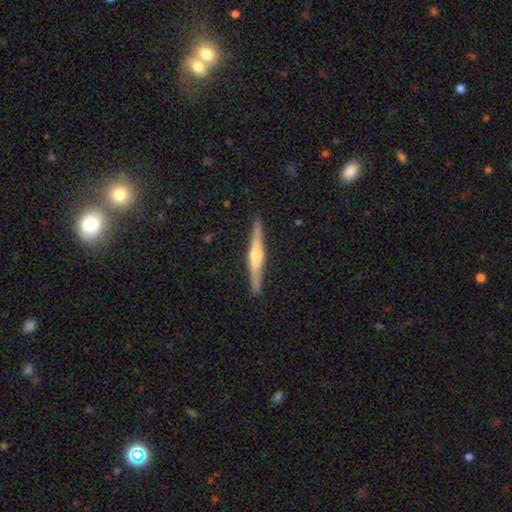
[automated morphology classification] smooth_or_featured: featured or disk (p=0.73) [alt: smooth p=0.22]
disk_edge_on: yes (p=0.98) [alt: no p=0.02]
edge_on_bulge: rounded (p=0.84) [alt: boxy p=0.10]
merging: none (p=0.91) [alt: minor disturbance p=0.07]